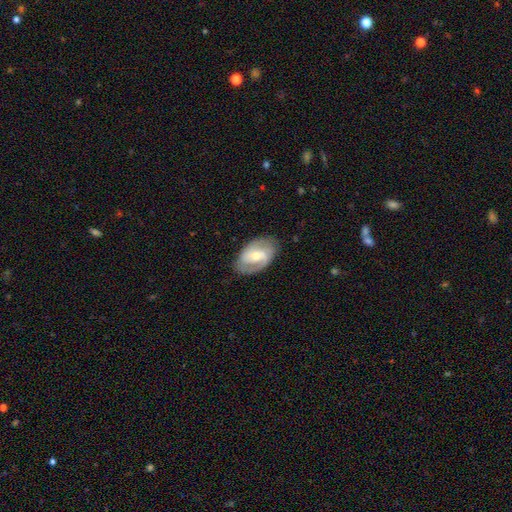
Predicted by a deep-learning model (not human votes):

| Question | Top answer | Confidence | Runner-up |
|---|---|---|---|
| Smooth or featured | featured or disk | 76% | smooth (19%) |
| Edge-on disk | no | 96% | yes (4%) |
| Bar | weak | 48% | no (30%) |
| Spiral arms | yes | 91% | no (9%) |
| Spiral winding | medium | 48% | tight (30%) |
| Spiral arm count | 2 | 82% | can't tell (9%) |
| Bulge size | moderate | 49% | small (46%) |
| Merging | none | 77% | minor disturbance (16%) |